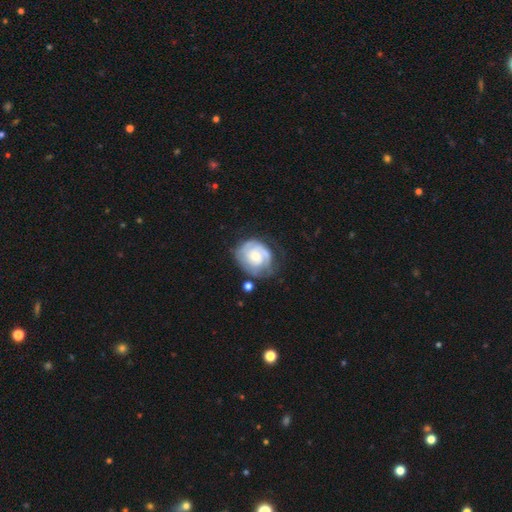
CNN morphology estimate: type=featured or disk (69%); edge-on=no (98%); bar=no (73%); spiral arms=yes (83%); winding=tight (67%); arm count=can't tell (43%); bulge=moderate (52%); merging=none (55%).